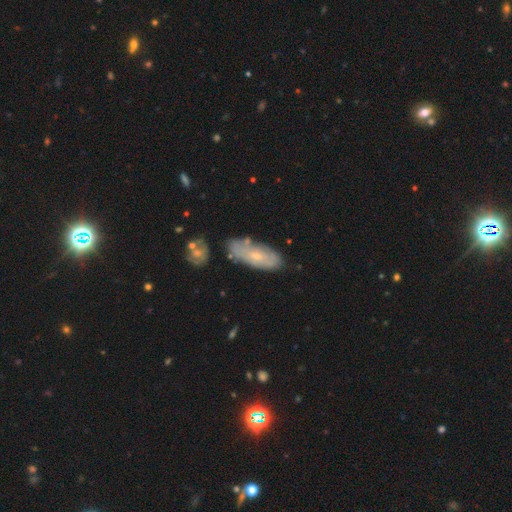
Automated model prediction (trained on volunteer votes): Smooth or featured? Predicted: smooth (p=0.47). Merging? Predicted: none (p=0.68).